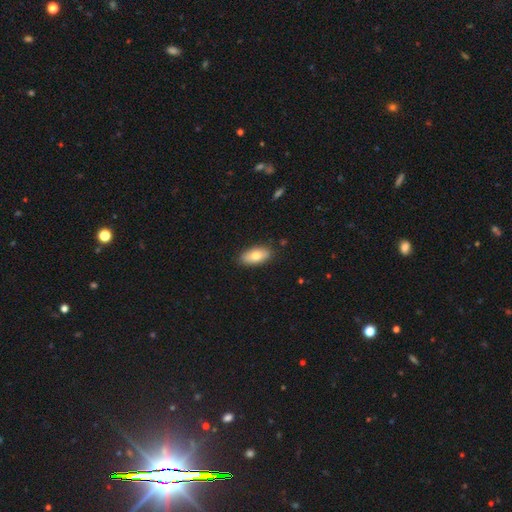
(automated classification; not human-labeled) Smooth or featured? smooth (75%)
How rounded? in between (89%)
Merging? none (87%)